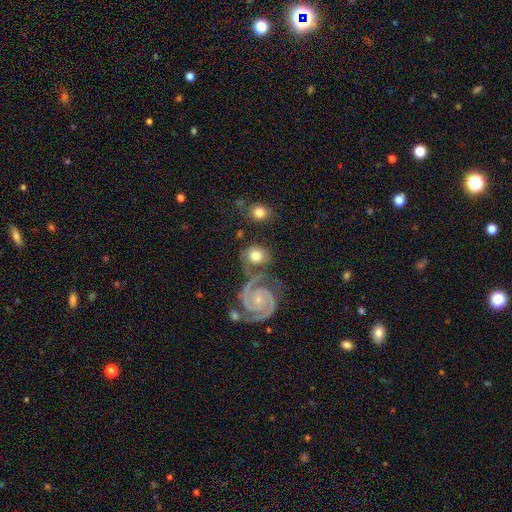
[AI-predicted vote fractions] Smooth or featured? Predicted: featured or disk (p=0.48). Merging? Predicted: none (p=0.62).